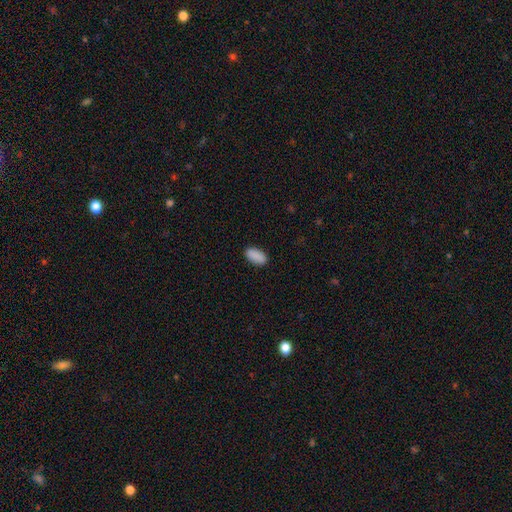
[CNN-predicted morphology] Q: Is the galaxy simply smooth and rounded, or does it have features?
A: smooth — 90%.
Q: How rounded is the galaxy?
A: in between — 93%.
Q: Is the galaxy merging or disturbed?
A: none — 89%.